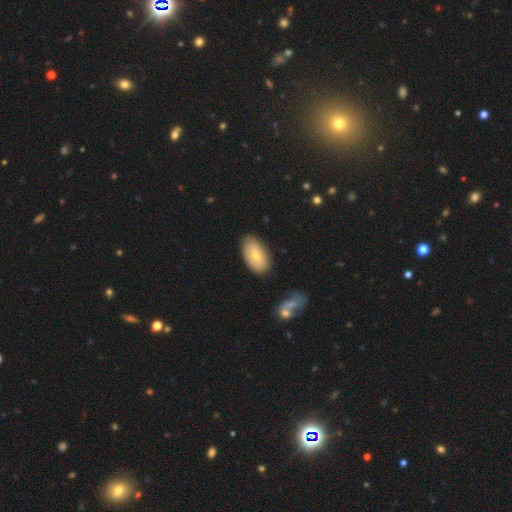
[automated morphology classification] This appears to be a smooth galaxy with no disk features (64%) that is in between round and cigar-shaped (93%). Merging: none (80%).